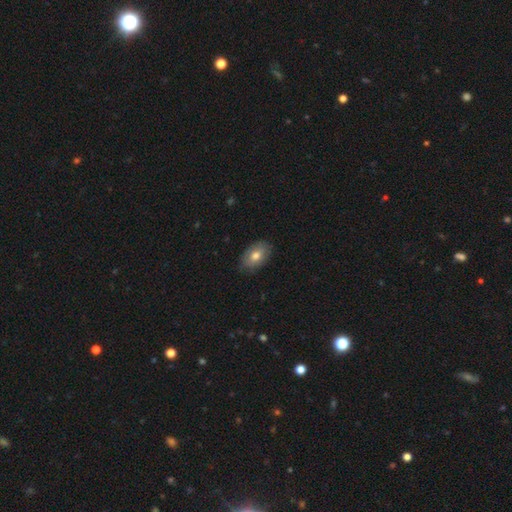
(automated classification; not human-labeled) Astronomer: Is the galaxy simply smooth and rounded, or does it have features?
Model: smooth — 77%.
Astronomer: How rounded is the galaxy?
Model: in between — 89%.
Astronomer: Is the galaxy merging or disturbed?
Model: none — 85%.